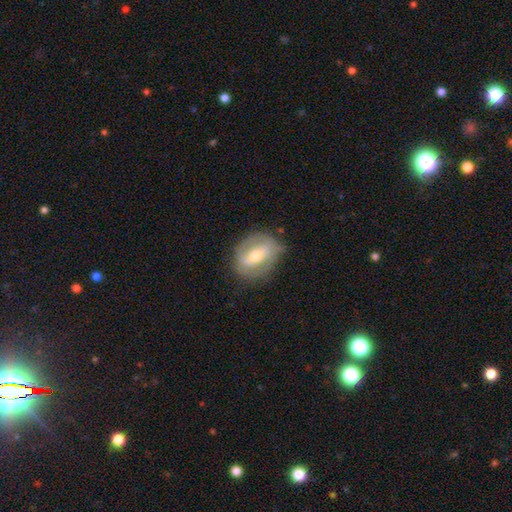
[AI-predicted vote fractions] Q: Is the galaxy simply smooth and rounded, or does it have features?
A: featured or disk — 63%.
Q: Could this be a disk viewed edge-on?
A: no — 92%.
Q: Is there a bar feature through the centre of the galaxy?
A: strong — 43%.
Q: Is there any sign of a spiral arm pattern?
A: yes — 54%.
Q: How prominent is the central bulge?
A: moderate — 63%.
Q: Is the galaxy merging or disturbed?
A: none — 73%.